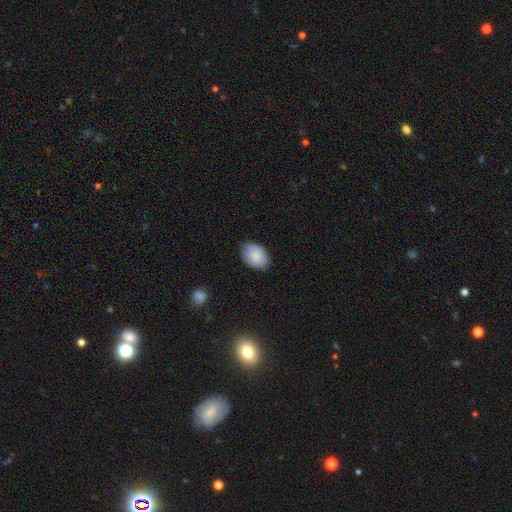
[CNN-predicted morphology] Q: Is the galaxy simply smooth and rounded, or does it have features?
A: smooth — 87%.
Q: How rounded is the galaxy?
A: in between — 83%.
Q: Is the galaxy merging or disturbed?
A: none — 83%.